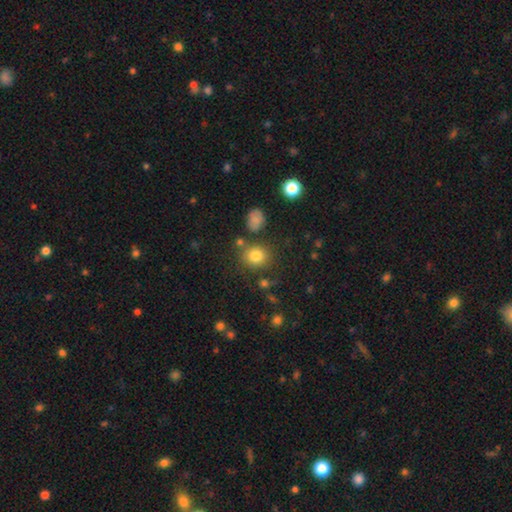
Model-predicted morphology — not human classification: smooth-or-featured: smooth: 80% | star or artifact: 13% | featured or disk: 7%
  how-rounded: round: 83% | in between: 16% | cigar-shaped: 1%
  merging: none: 77% | minor disturbance: 11% | merger: 8% | major disturbance: 5%